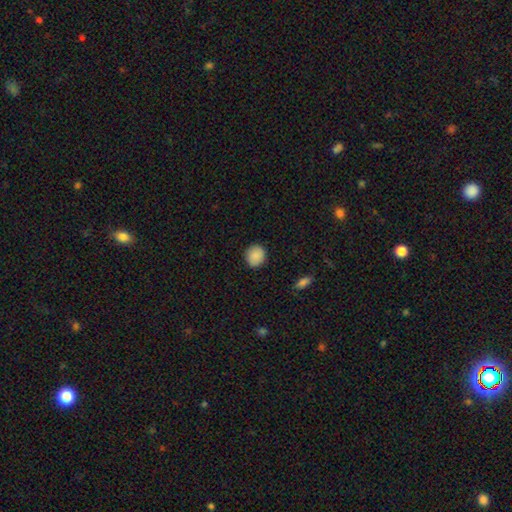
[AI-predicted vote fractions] Q: Smooth or featured?
A: smooth (89%); runner-up: star or artifact (8%)
Q: How rounded?
A: round (78%); runner-up: in between (21%)
Q: Merging?
A: none (89%); runner-up: minor disturbance (8%)